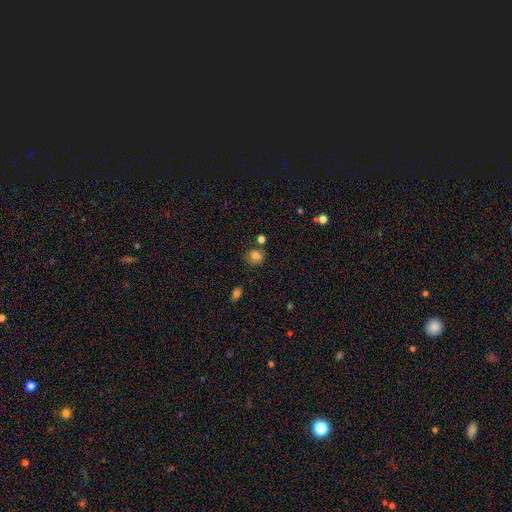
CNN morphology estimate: smooth_or_featured: smooth (p=0.81) [alt: star or artifact p=0.12]
how_rounded: round (p=0.72) [alt: in between p=0.27]
merging: none (p=0.71) [alt: minor disturbance p=0.16]